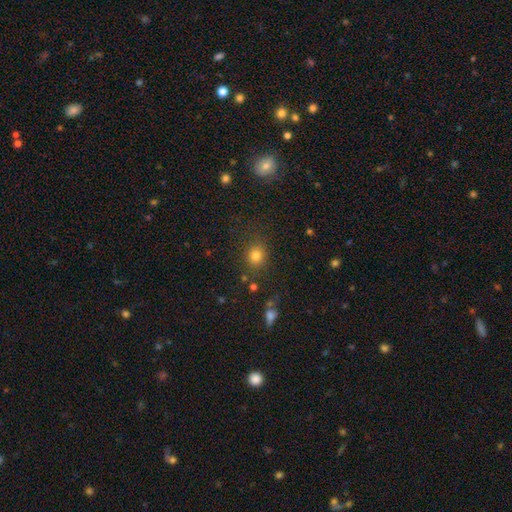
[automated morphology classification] Smooth or featured?
  - smooth: 79% *
  - star or artifact: 15%
  - featured or disk: 6%
How rounded?
  - round: 77% *
  - in between: 22%
  - cigar-shaped: 1%
Merging?
  - none: 80% *
  - minor disturbance: 11%
  - major disturbance: 5%
  - merger: 4%